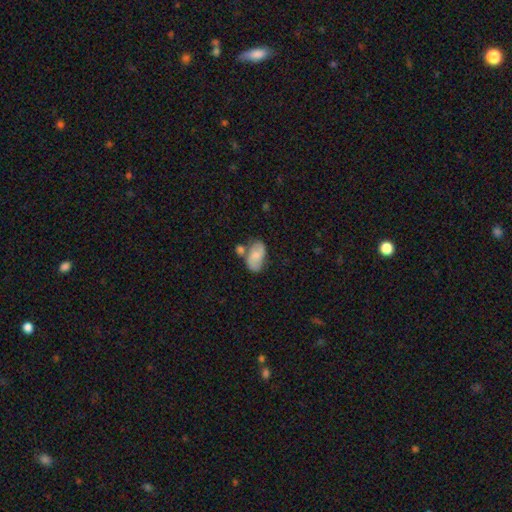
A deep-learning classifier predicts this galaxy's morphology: Smooth or featured: smooth — 57% (featured or disk — 35%)
How rounded: in between — 92% (round — 6%)
Merging: none — 47% (merger — 24%)